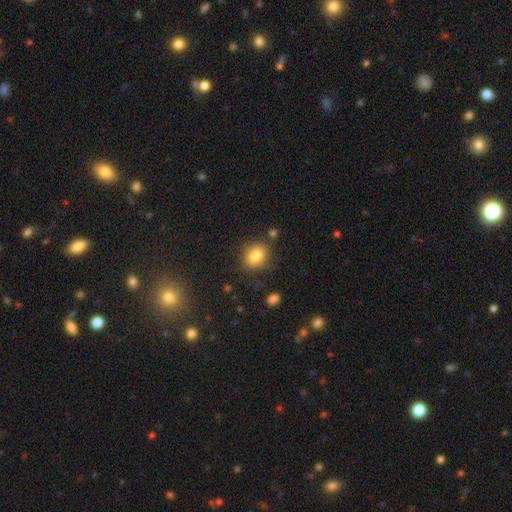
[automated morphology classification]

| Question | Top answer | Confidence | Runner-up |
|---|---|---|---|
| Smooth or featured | smooth | 83% | star or artifact (10%) |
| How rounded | round | 57% | in between (42%) |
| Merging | none | 81% | minor disturbance (12%) |